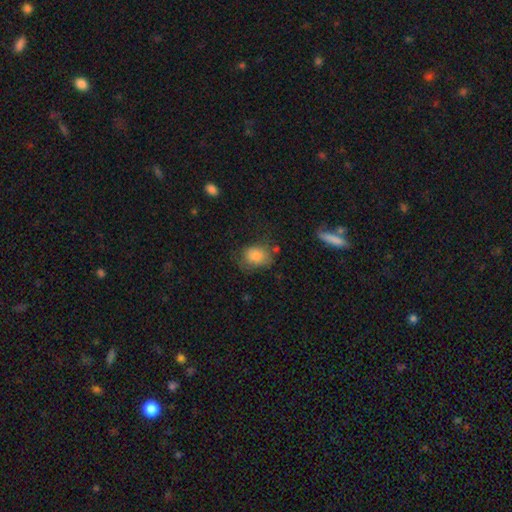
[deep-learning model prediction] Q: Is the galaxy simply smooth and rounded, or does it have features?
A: smooth — 84%.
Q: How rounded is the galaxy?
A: in between — 56%.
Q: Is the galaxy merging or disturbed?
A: none — 58%.